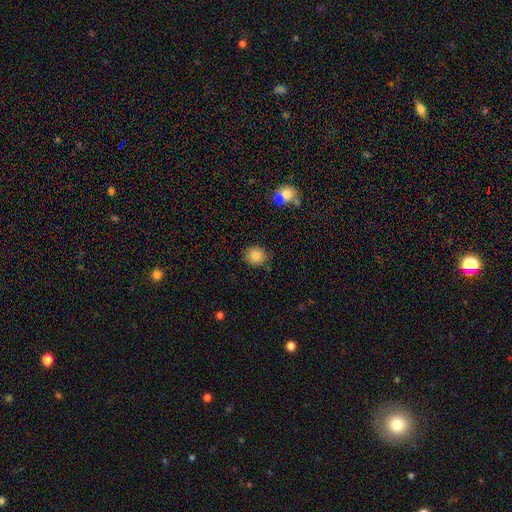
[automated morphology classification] Overall: smooth (84%). How rounded: round (81%). Merging: none (87%).